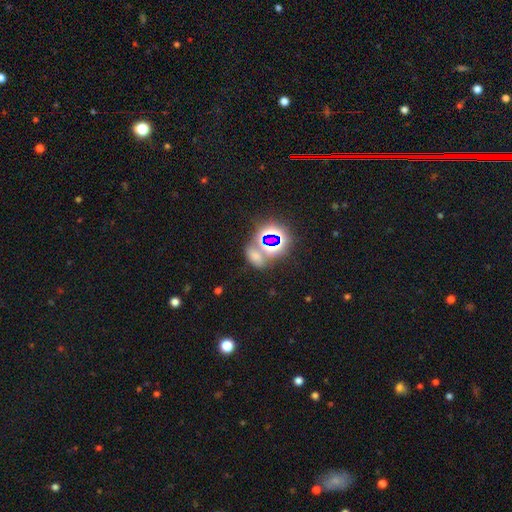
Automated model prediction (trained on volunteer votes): star or artifact 47%, smooth 43%, featured or disk 10%.